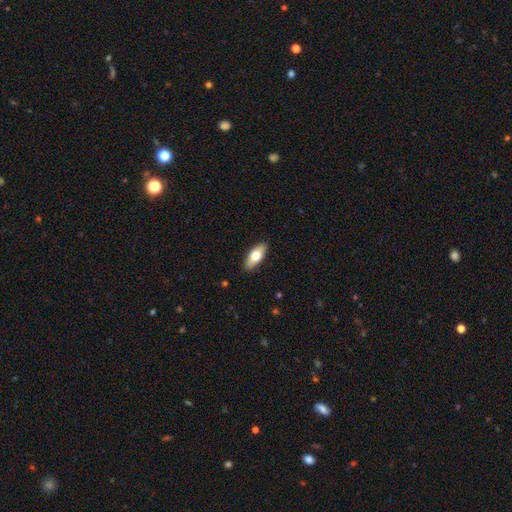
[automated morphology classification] Smooth or featured?
  - smooth: 67% *
  - featured or disk: 27%
  - star or artifact: 6%
How rounded?
  - in between: 81% *
  - cigar-shaped: 16%
  - round: 3%
Merging?
  - none: 89% *
  - minor disturbance: 8%
  - major disturbance: 2%
  - merger: 1%